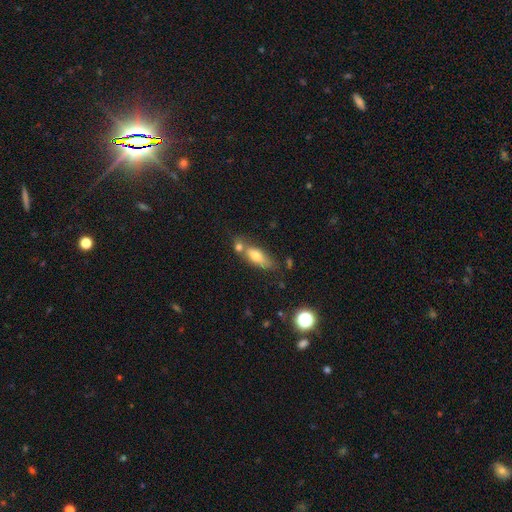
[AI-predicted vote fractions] A smooth galaxy with no disk features (69%) that is in between round and cigar-shaped (66%). Merging: none (47%).